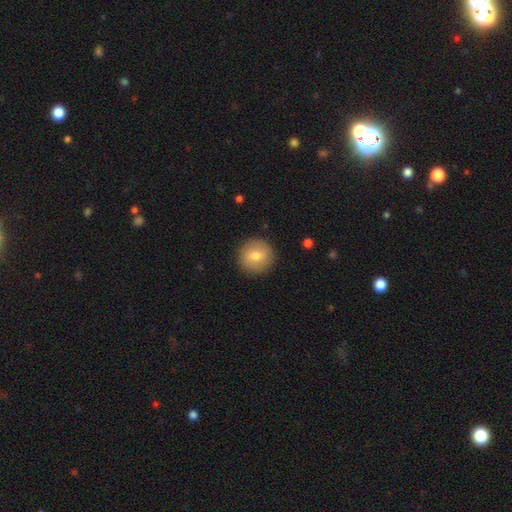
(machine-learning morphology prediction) Q: Smooth or featured?
A: smooth (76%); runner-up: featured or disk (15%)
Q: How rounded?
A: round (94%); runner-up: in between (5%)
Q: Merging?
A: none (91%); runner-up: minor disturbance (6%)